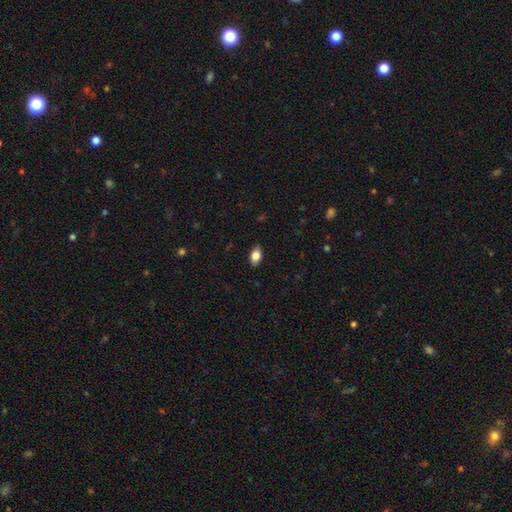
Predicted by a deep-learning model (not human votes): A smooth galaxy with no disk features (85%) that is in between round and cigar-shaped (90%).

Vote fractions:
- Smooth or featured? smooth: 85% / star or artifact: 8% / featured or disk: 7%
- How rounded? in between: 90% / round: 8% / cigar-shaped: 2%
- Merging? none: 88% / minor disturbance: 9% / major disturbance: 2% / merger: 1%